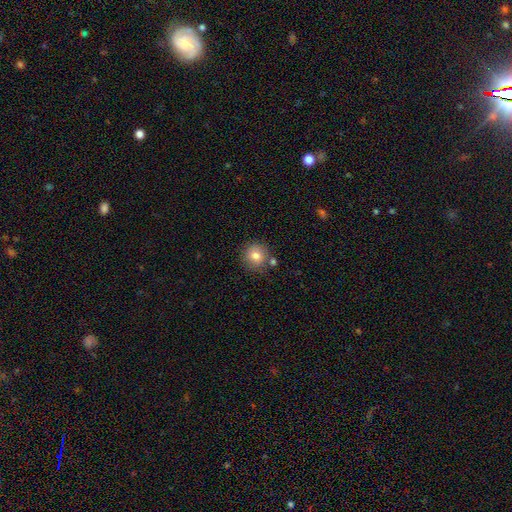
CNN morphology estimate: This is likely a smooth galaxy (80%). How rounded: clearly round (92%). Merging: likely none (78%).